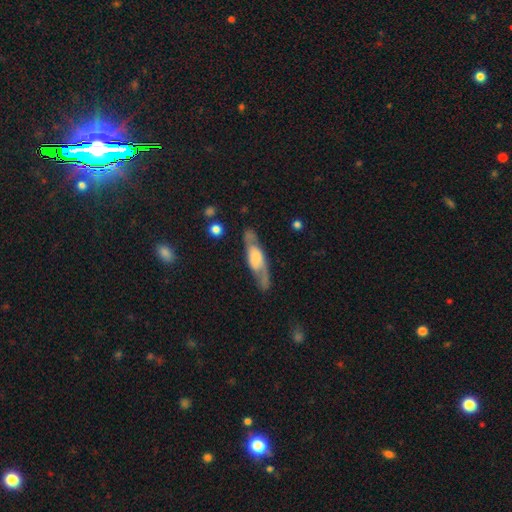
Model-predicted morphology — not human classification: Q: Smooth or featured?
A: featured or disk (69%); runner-up: smooth (26%)
Q: Edge-on disk?
A: no (56%); runner-up: yes (44%)
Q: Merging?
A: none (78%); runner-up: minor disturbance (14%)